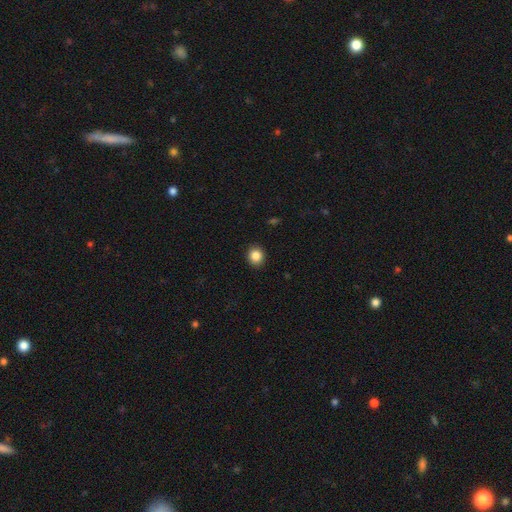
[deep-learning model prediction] smooth_or_featured: smooth (p=0.86) [alt: star or artifact p=0.10]
how_rounded: round (p=0.80) [alt: in between p=0.19]
merging: none (p=0.91) [alt: minor disturbance p=0.06]